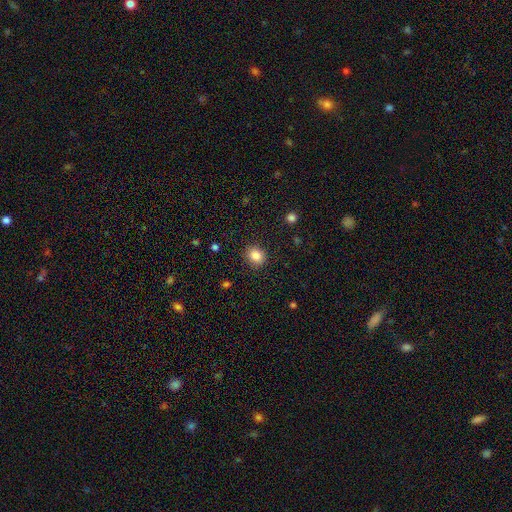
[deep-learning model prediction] Smooth or featured?
  - smooth: 85% *
  - star or artifact: 10%
  - featured or disk: 5%
How rounded?
  - round: 74% *
  - in between: 25%
  - cigar-shaped: 1%
Merging?
  - none: 88% *
  - minor disturbance: 8%
  - major disturbance: 2%
  - merger: 1%